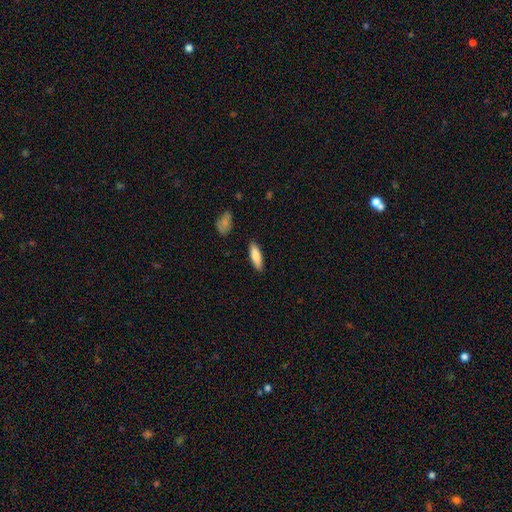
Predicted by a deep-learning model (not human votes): A smooth galaxy with no disk features (83%) that is in between round and cigar-shaped (52%).

Vote fractions:
- Smooth or featured? smooth: 83% / featured or disk: 11% / star or artifact: 6%
- How rounded? in between: 52% / cigar-shaped: 46% / round: 2%
- Merging? none: 87% / minor disturbance: 9% / major disturbance: 2% / merger: 2%